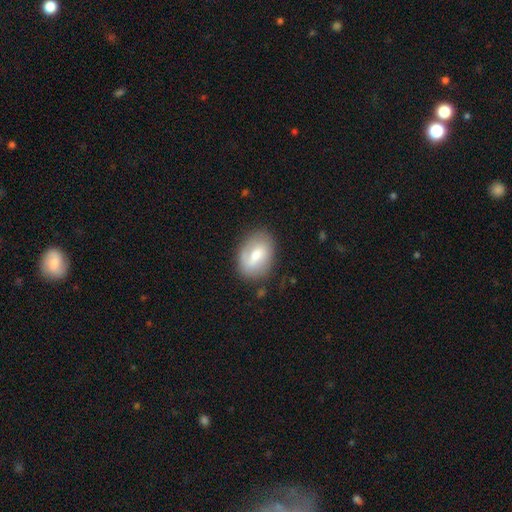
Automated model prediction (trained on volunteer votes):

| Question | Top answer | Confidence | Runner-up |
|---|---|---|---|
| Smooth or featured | smooth | 56% | featured or disk (38%) |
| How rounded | in between | 81% | round (17%) |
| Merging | none | 74% | minor disturbance (18%) |